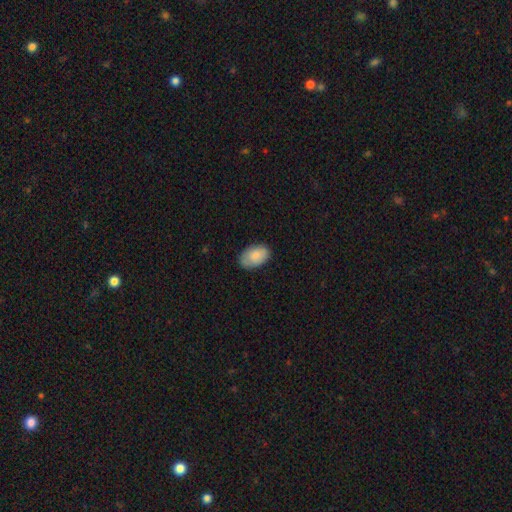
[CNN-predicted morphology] type=smooth (86%); roundness=in between (92%); merging=none (79%).